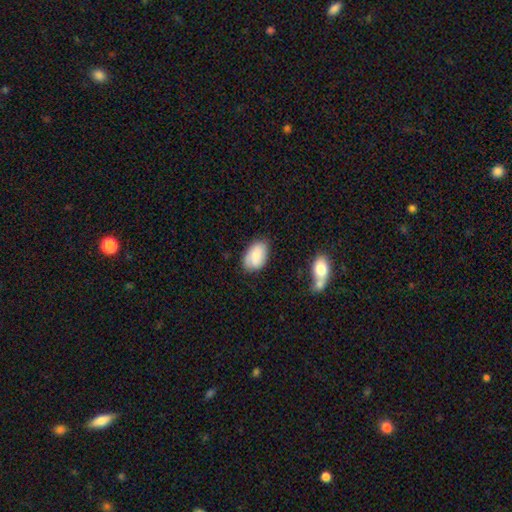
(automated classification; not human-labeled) Morphology: type=smooth (79%); roundness=in between (91%); merging=none (72%).